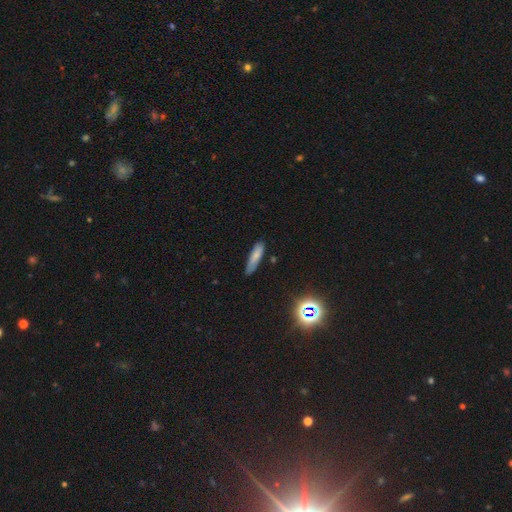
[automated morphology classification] Smooth or featured: smooth — 74% (featured or disk — 16%)
How rounded: cigar-shaped — 74% (in between — 24%)
Merging: none — 73% (minor disturbance — 21%)